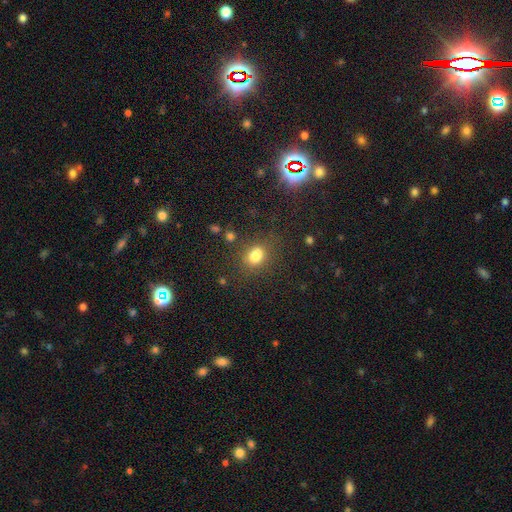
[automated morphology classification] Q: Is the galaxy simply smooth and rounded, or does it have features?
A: smooth — 76%.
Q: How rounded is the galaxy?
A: in between — 62%.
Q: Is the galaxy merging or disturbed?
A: none — 63%.